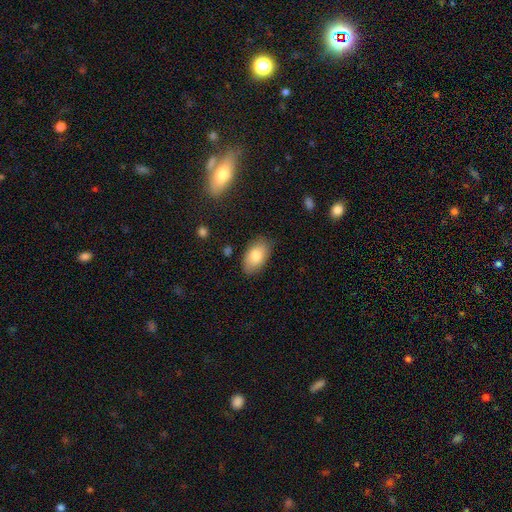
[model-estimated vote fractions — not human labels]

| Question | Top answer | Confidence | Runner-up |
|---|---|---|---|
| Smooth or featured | smooth | 81% | featured or disk (12%) |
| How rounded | in between | 94% | round (5%) |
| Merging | none | 82% | minor disturbance (14%) |